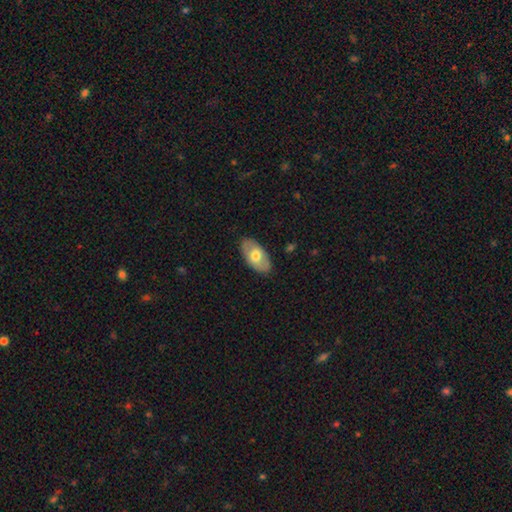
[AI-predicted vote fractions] Morphology: type=smooth (56%); roundness=in between (93%); merging=none (84%).